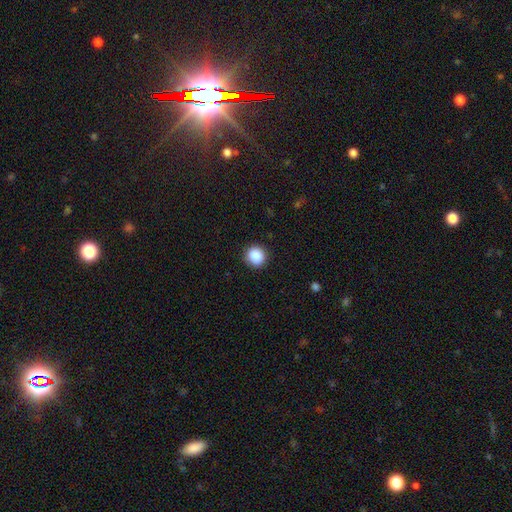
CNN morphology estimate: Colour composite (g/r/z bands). It shows a smooth galaxy with no disk features (89%) that is round (93%). Merging: none (91%).